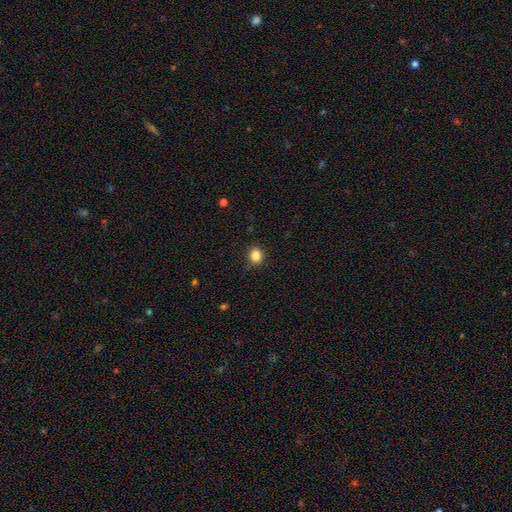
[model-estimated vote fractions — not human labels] This is clearly a smooth galaxy (85%). How rounded: likely round (72%). Merging: clearly none (87%).